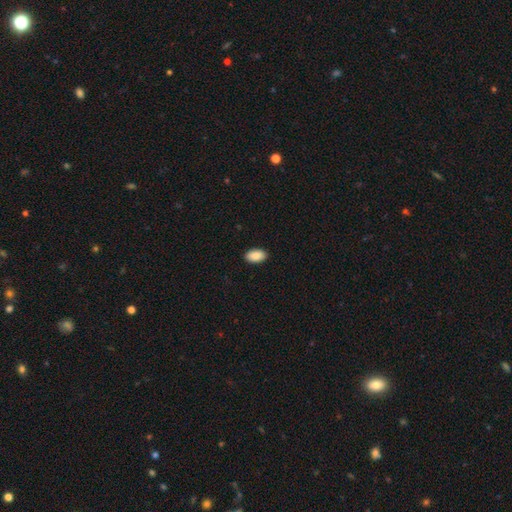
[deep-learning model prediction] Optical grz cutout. It shows a smooth galaxy with no disk features (89%) that is in between round and cigar-shaped (94%). Merging: none (90%).